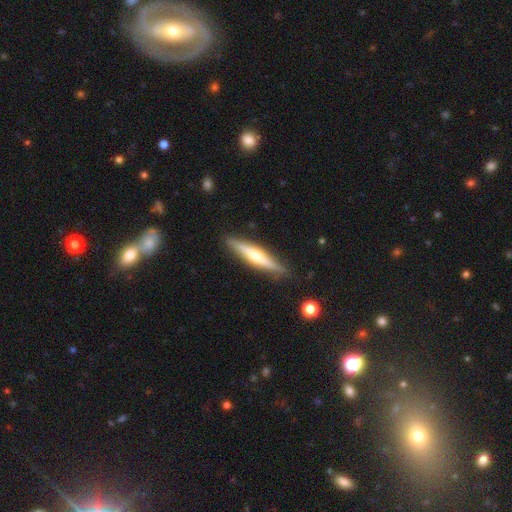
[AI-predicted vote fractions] smooth-or-featured: featured or disk: 61% | smooth: 33% | star or artifact: 6%
  disk-edge-on: yes: 96% | no: 4%
    edge-on-bulge: rounded: 82% | none: 10% | boxy: 8%
  merging: none: 87% | minor disturbance: 9% | major disturbance: 2% | merger: 1%